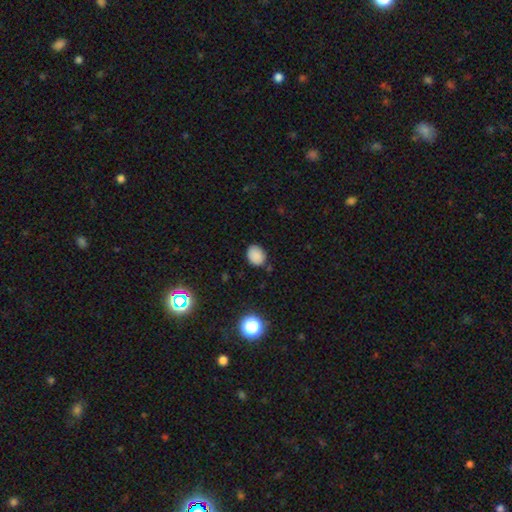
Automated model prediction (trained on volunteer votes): smooth 84%, star or artifact 12%, featured or disk 4%. Down the decision tree: how rounded — in between (56%); merging — none (80%).